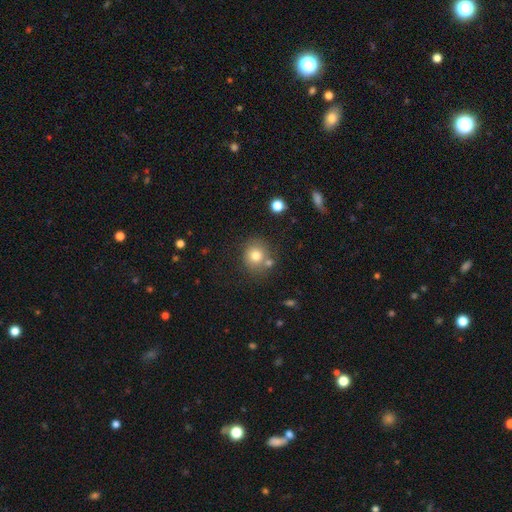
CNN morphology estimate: Smooth or featured? smooth (77%)
How rounded? round (83%)
Merging? none (68%)